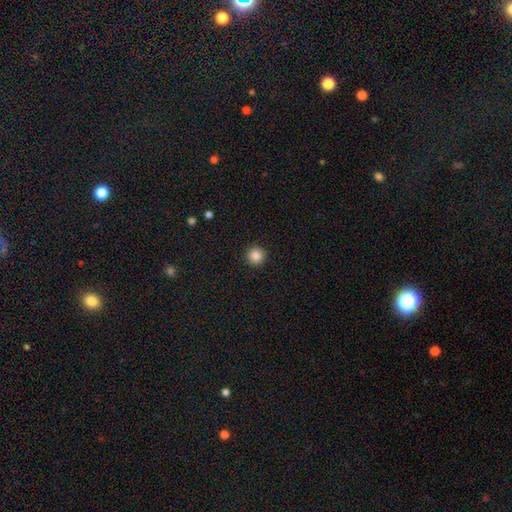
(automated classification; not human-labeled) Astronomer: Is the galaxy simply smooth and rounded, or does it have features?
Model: smooth — 86%.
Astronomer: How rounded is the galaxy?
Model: round — 96%.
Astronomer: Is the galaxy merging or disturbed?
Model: none — 93%.